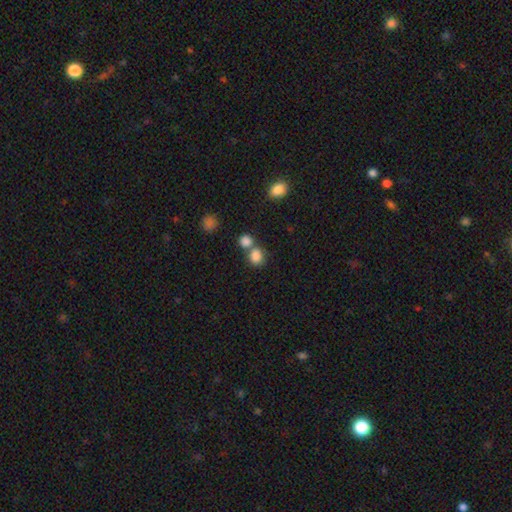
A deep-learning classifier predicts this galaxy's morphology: Smooth or featured? Predicted: smooth (p=0.83). How rounded? Predicted: round (p=0.68). Merging? Predicted: none (p=0.46).